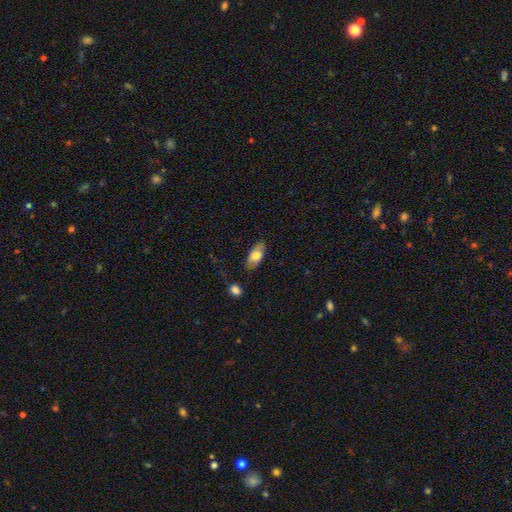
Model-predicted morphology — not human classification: This appears to be a smooth galaxy with no disk features (72%) that is in between round and cigar-shaped (88%). Merging: none (78%).